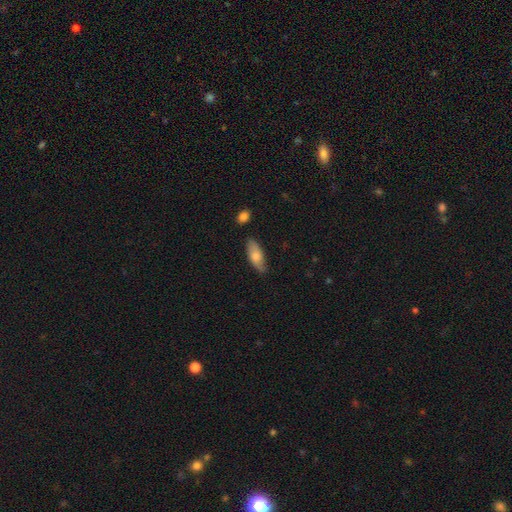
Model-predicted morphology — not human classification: This is likely a smooth galaxy (73%). How rounded: likely in between (77%). Merging: likely none (79%).